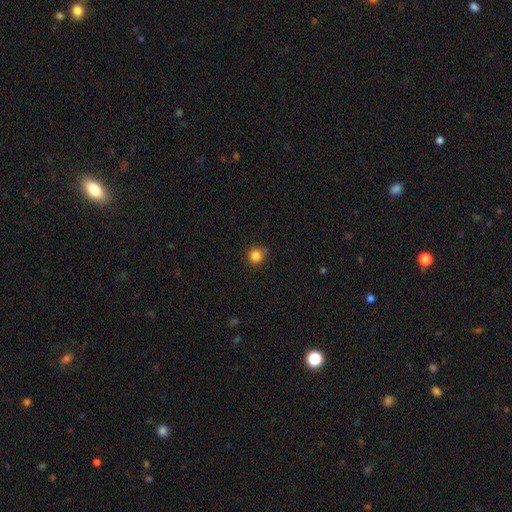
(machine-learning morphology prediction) Smooth or featured: smooth — 84% (star or artifact — 11%)
How rounded: round — 91% (in between — 9%)
Merging: none — 76% (minor disturbance — 19%)